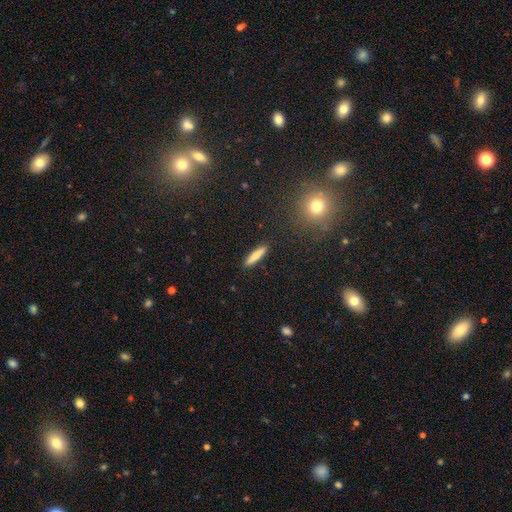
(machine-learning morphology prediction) Smooth or featured? smooth (74%)
How rounded? cigar-shaped (86%)
Merging? none (91%)